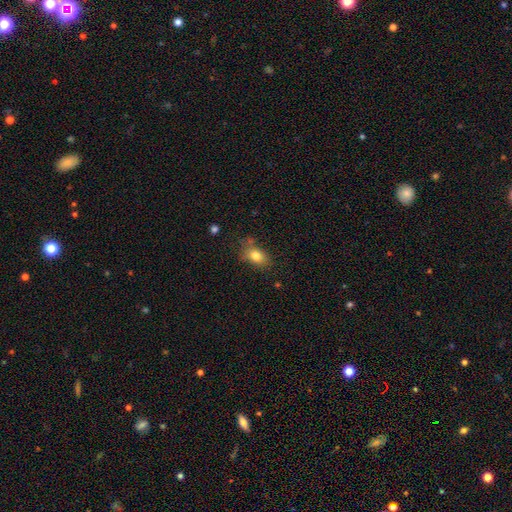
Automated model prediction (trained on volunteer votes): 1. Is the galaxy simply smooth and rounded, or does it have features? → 81% smooth, 10% star or artifact, 9% featured or disk.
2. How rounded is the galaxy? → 79% in between, 20% round, 2% cigar-shaped.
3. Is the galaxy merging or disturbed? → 69% none, 21% minor disturbance, 6% major disturbance, 5% merger.